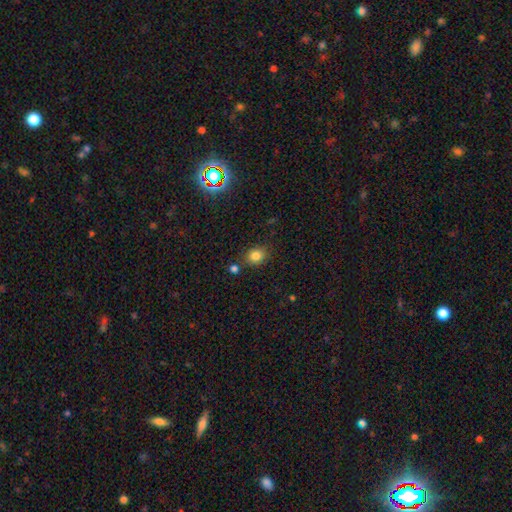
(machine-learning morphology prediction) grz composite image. It shows a smooth galaxy with no disk features (81%) that is round (58%). Merging: none (77%).